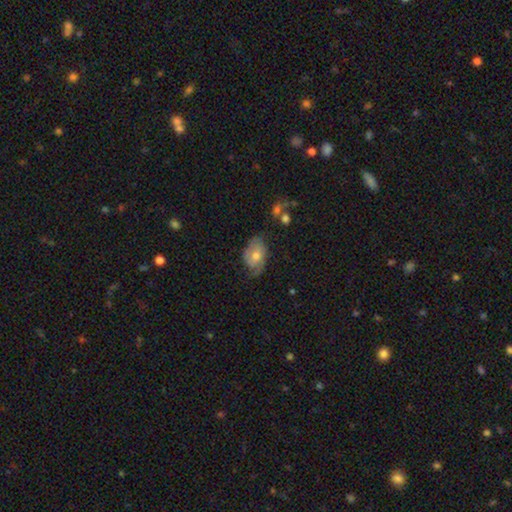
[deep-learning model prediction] featured or disk 55%, smooth 38%, star or artifact 8%. Down the decision tree: edge-on disk — no (95%); bar — no (71%); spiral arms — yes (77%); bulge size — moderate (69%); merging — none (54%).